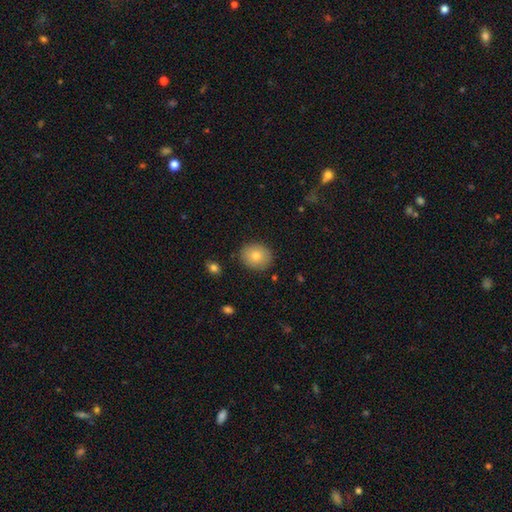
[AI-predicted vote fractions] Smooth or featured: smooth — 77% (featured or disk — 14%)
How rounded: round — 68% (in between — 31%)
Merging: none — 88% (minor disturbance — 8%)